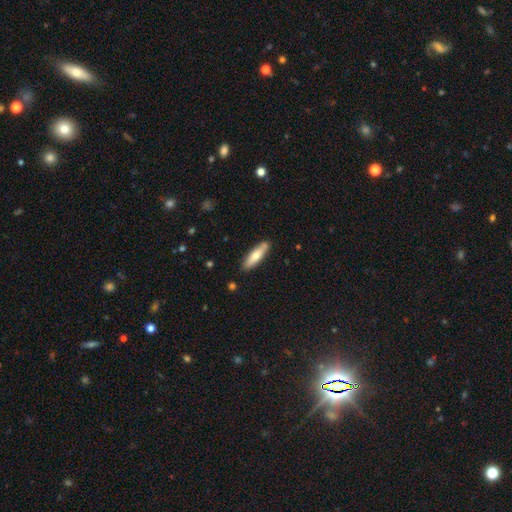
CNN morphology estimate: Smooth or featured?
  - smooth: 66% *
  - featured or disk: 29%
  - star or artifact: 5%
How rounded?
  - cigar-shaped: 66% *
  - in between: 33%
  - round: 2%
Merging?
  - none: 84% *
  - minor disturbance: 12%
  - merger: 3%
  - major disturbance: 2%